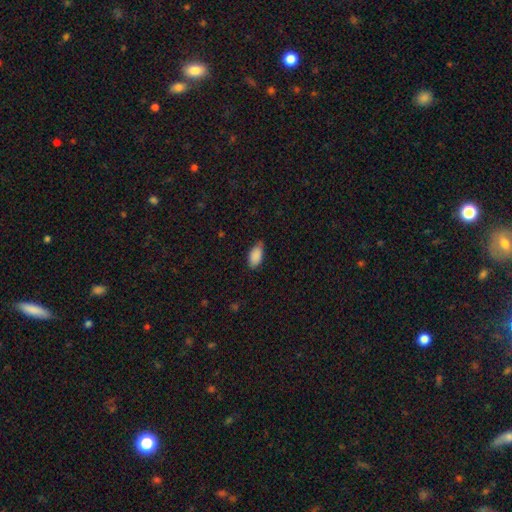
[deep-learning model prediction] Q: Smooth or featured?
A: smooth (88%); runner-up: star or artifact (7%)
Q: How rounded?
A: in between (93%); runner-up: cigar-shaped (5%)
Q: Merging?
A: none (71%); runner-up: minor disturbance (25%)